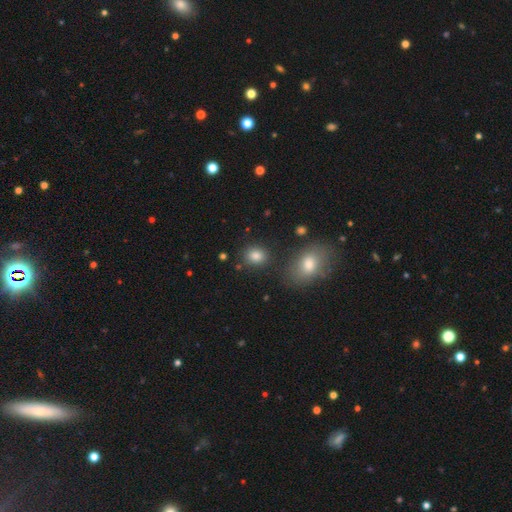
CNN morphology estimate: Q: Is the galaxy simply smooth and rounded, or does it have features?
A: smooth — 84%.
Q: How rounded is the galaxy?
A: round — 57%.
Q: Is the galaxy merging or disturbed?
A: none — 82%.